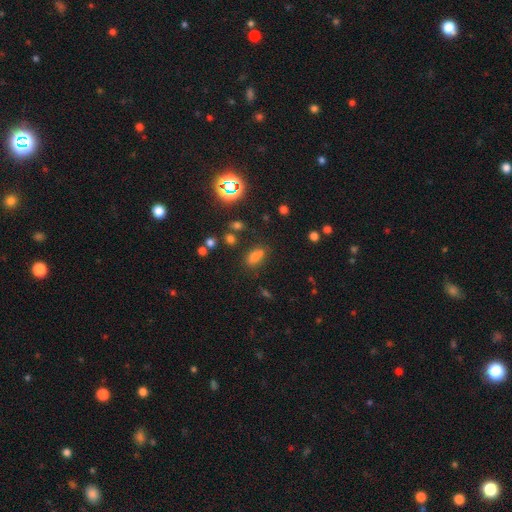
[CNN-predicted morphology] smooth 67%, star or artifact 24%, featured or disk 9%. Down the decision tree: how rounded — in between (80%); merging — none (62%).